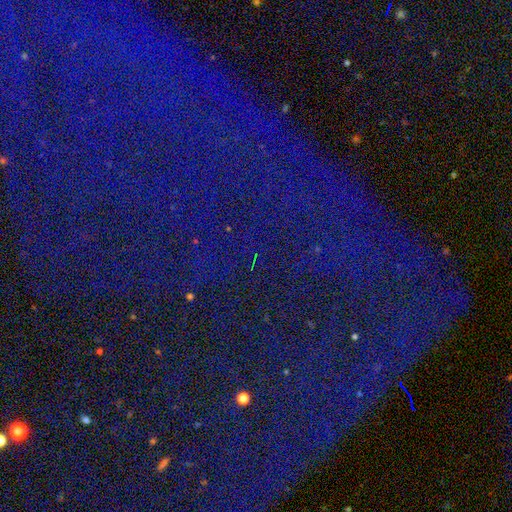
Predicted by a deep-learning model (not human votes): A star or artifact, not a galaxy (85%).